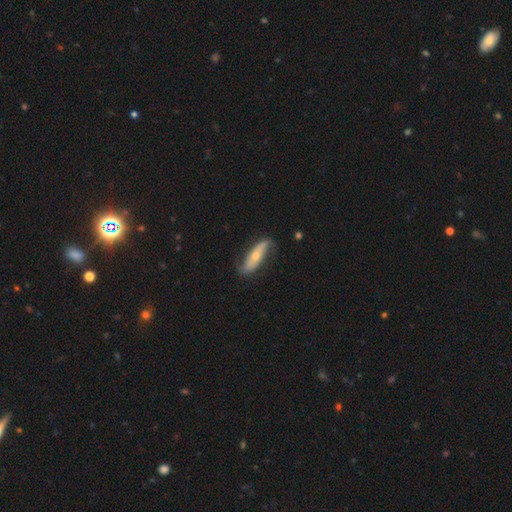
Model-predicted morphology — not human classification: smooth-or-featured: featured or disk: 63% | smooth: 32% | star or artifact: 5%
  disk-edge-on: no: 72% | yes: 28%
  merging: none: 68% | minor disturbance: 23% | major disturbance: 7% | merger: 2%